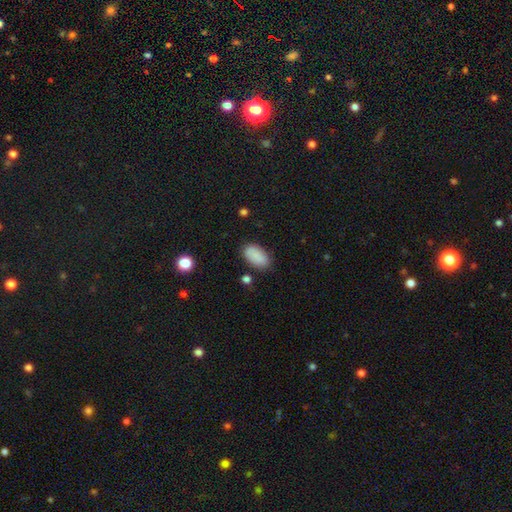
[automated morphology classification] Q: Smooth or featured?
A: smooth (89%); runner-up: star or artifact (7%)
Q: How rounded?
A: in between (94%); runner-up: round (3%)
Q: Merging?
A: none (81%); runner-up: minor disturbance (13%)